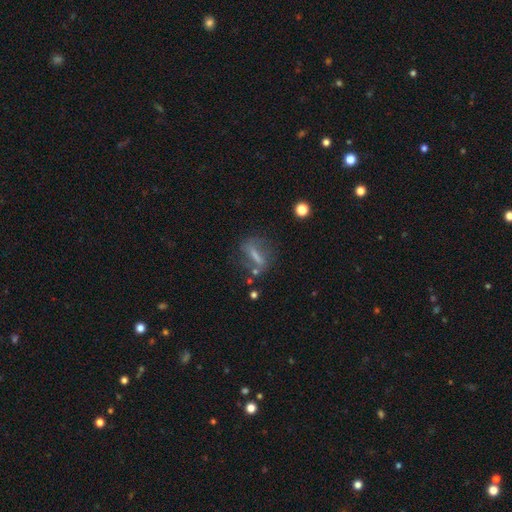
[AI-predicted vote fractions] A featured or disk galaxy (49%). Merging: none (67%).